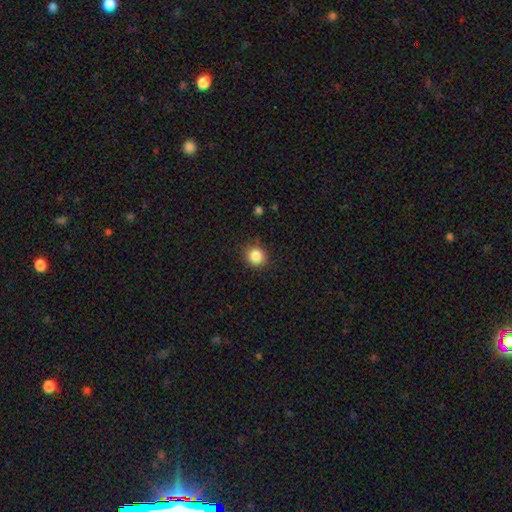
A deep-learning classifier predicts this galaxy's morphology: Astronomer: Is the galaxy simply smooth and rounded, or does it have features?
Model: smooth — 85%.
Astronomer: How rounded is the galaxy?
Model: round — 88%.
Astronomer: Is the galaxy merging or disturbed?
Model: none — 86%.